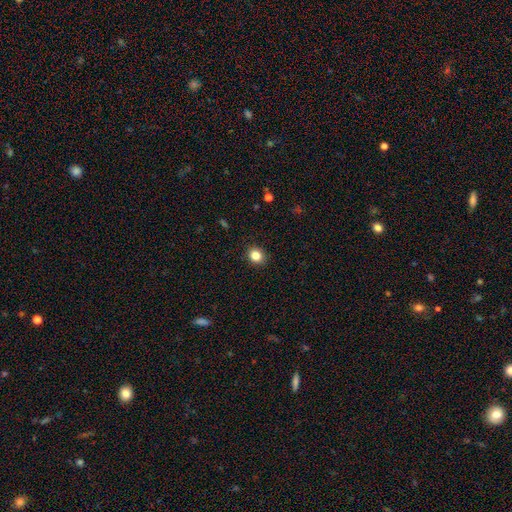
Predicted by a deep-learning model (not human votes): smooth_or_featured: smooth (p=0.84) [alt: star or artifact p=0.11]
how_rounded: round (p=0.74) [alt: in between p=0.26]
merging: none (p=0.91) [alt: minor disturbance p=0.06]